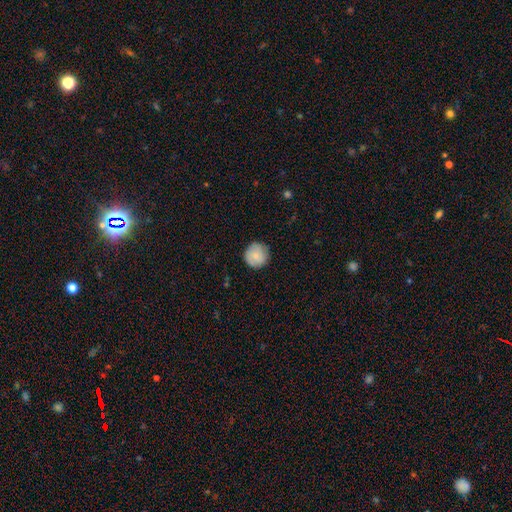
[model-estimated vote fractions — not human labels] Overall: smooth (79%). How rounded: round (95%). Merging: none (85%).